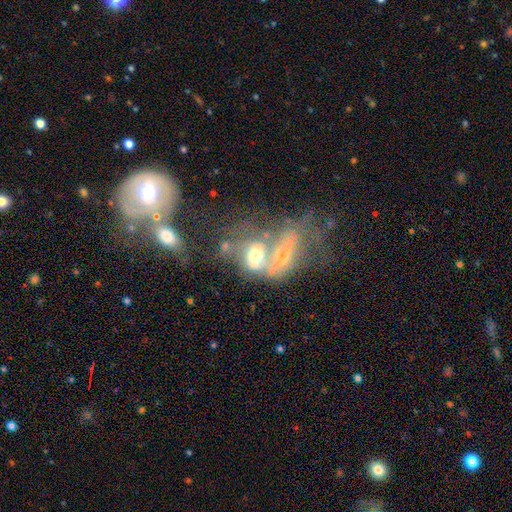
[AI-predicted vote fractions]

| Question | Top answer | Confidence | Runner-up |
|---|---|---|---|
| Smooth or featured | featured or disk | 54% | smooth (30%) |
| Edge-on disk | no | 90% | yes (10%) |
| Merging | merger | 65% | major disturbance (18%) |